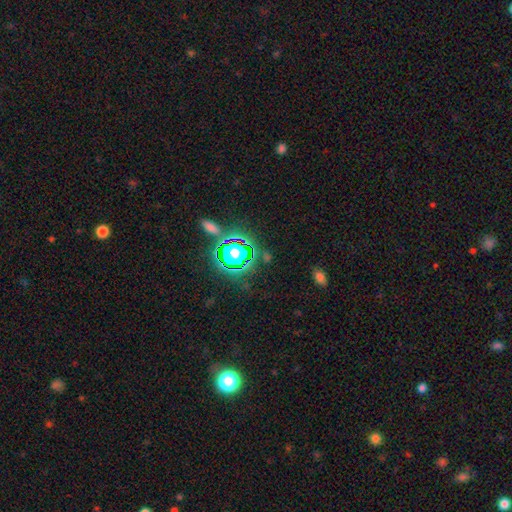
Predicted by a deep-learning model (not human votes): Smooth or featured? Predicted: star or artifact (p=0.79).